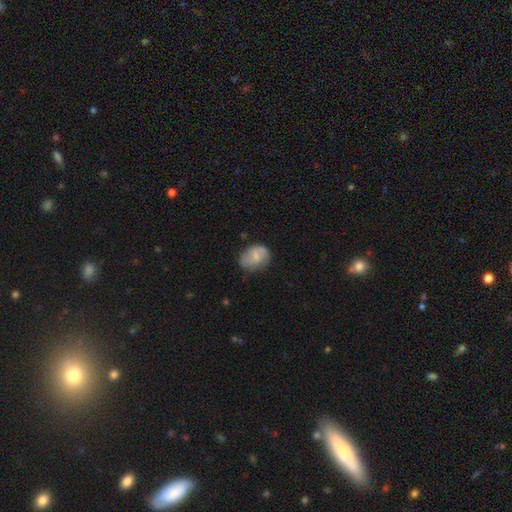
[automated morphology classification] smooth 55%, featured or disk 38%, star or artifact 7%. Down the decision tree: how rounded — in between (59%); merging — none (64%).